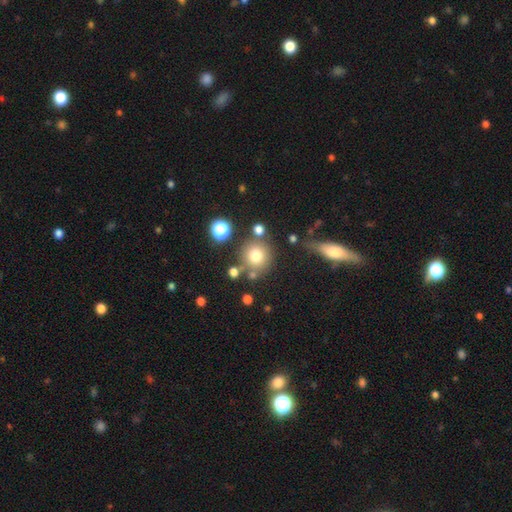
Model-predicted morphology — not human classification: Smooth or featured?
  - smooth: 76% *
  - star or artifact: 13%
  - featured or disk: 11%
How rounded?
  - round: 92% *
  - in between: 7%
  - cigar-shaped: 1%
Merging?
  - none: 73% *
  - minor disturbance: 11%
  - merger: 10%
  - major disturbance: 5%